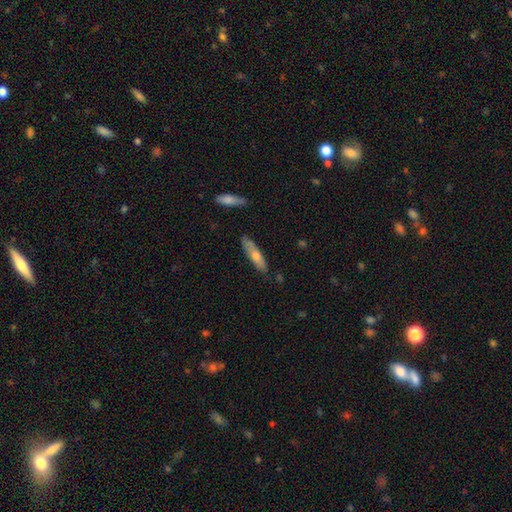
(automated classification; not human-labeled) This is possibly a smooth galaxy (58%). How rounded: likely cigar-shaped (78%). Merging: clearly none (82%).